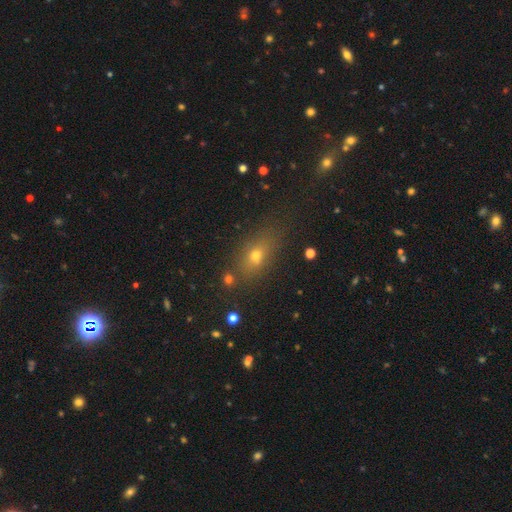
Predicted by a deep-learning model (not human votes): Morphology: type=smooth (64%); roundness=in between (65%); merging=none (76%).